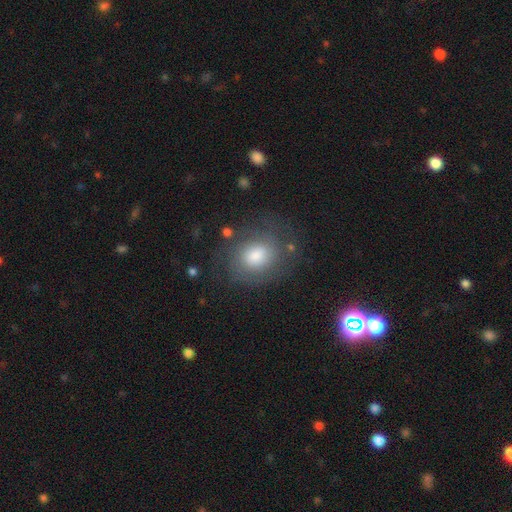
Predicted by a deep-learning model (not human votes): smooth-or-featured: smooth: 50% | featured or disk: 39% | star or artifact: 11%
  merging: none: 69% | minor disturbance: 18% | major disturbance: 11% | merger: 2%